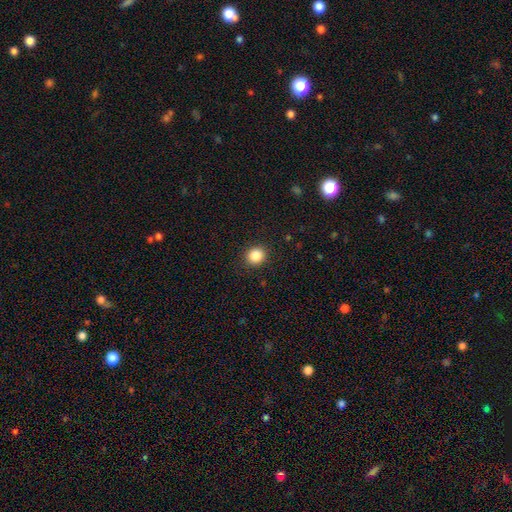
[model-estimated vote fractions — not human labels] Smooth or featured?
  - smooth: 87% *
  - star or artifact: 10%
  - featured or disk: 3%
How rounded?
  - round: 85% *
  - in between: 14%
  - cigar-shaped: 1%
Merging?
  - none: 91% *
  - minor disturbance: 6%
  - major disturbance: 2%
  - merger: 1%